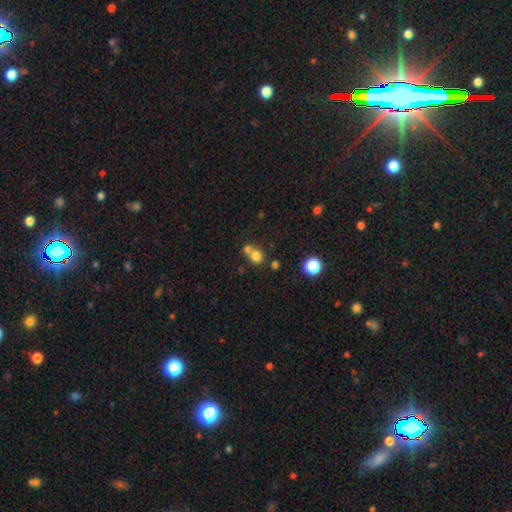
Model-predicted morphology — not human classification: This is likely a smooth galaxy (75%). How rounded: clearly round (85%). Merging: possibly none (46%).